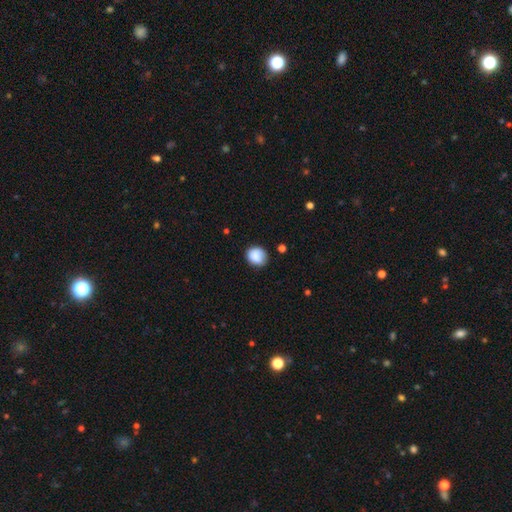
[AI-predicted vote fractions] This is clearly a smooth galaxy (86%). How rounded: likely round (72%). Merging: likely none (74%).